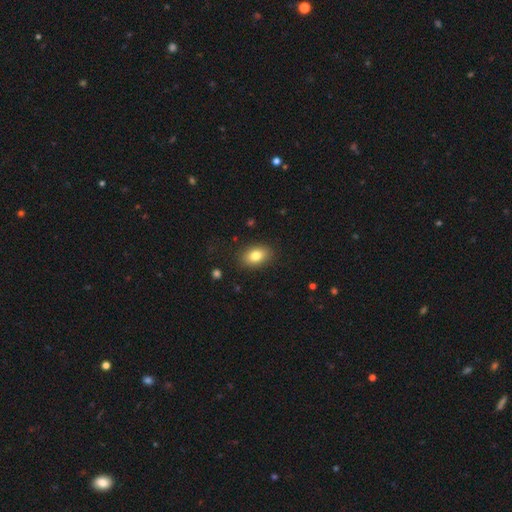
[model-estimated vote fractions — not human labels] A smooth galaxy with no disk features (81%) that is in between round and cigar-shaped (83%). Merging: none (87%).